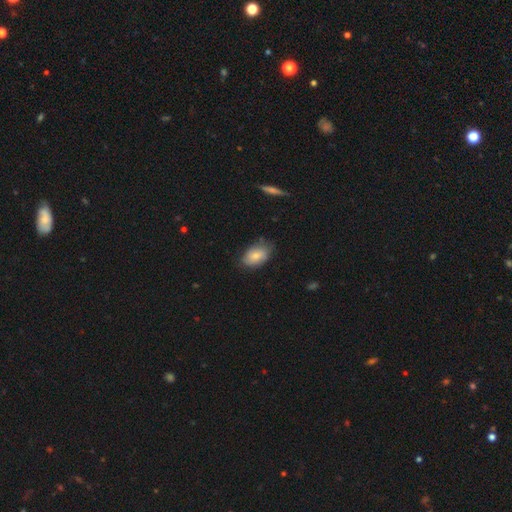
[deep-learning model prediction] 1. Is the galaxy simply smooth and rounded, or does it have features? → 76% smooth, 17% featured or disk, 7% star or artifact.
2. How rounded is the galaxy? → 89% in between, 10% round, 2% cigar-shaped.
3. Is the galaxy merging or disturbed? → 69% none, 25% minor disturbance, 5% major disturbance, 2% merger.